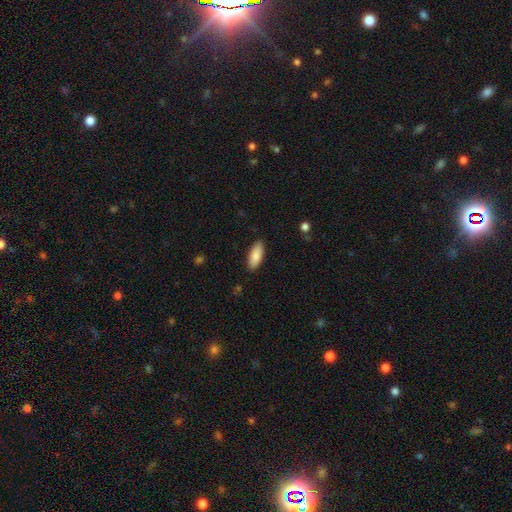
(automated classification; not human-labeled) Smooth or featured: smooth — 86% (featured or disk — 8%)
How rounded: in between — 77% (cigar-shaped — 21%)
Merging: none — 89% (minor disturbance — 8%)